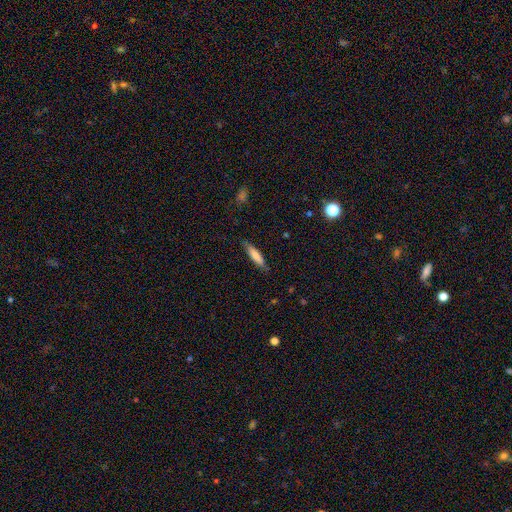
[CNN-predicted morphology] Q: Smooth or featured?
A: smooth (74%); runner-up: featured or disk (20%)
Q: How rounded?
A: cigar-shaped (79%); runner-up: in between (19%)
Q: Merging?
A: none (80%); runner-up: minor disturbance (16%)